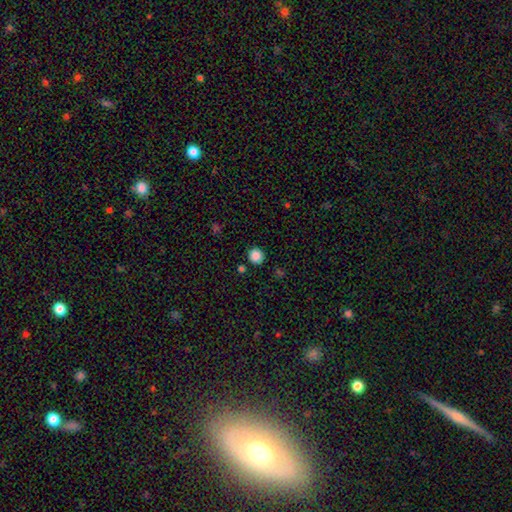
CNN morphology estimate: Smooth or featured? Predicted: smooth (p=0.87). How rounded? Predicted: round (p=0.92). Merging? Predicted: none (p=0.90).